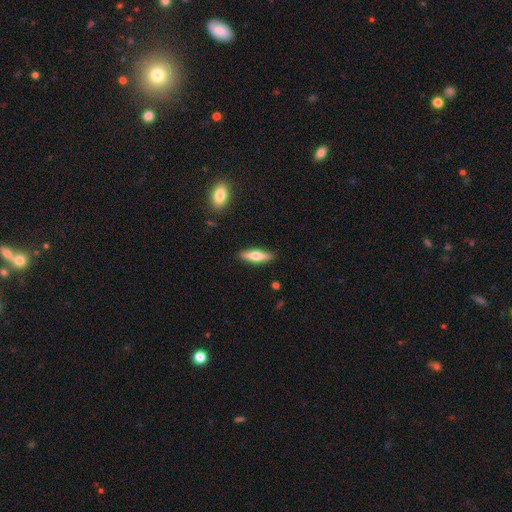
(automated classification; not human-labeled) Q: Smooth or featured?
A: smooth (53%); runner-up: featured or disk (41%)
Q: How rounded?
A: cigar-shaped (64%); runner-up: in between (34%)
Q: Merging?
A: none (89%); runner-up: minor disturbance (8%)